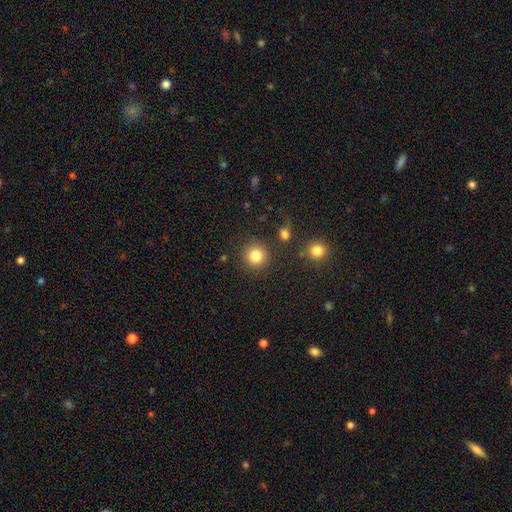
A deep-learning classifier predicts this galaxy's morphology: This is clearly a smooth galaxy (84%). How rounded: clearly round (92%). Merging: clearly none (87%).